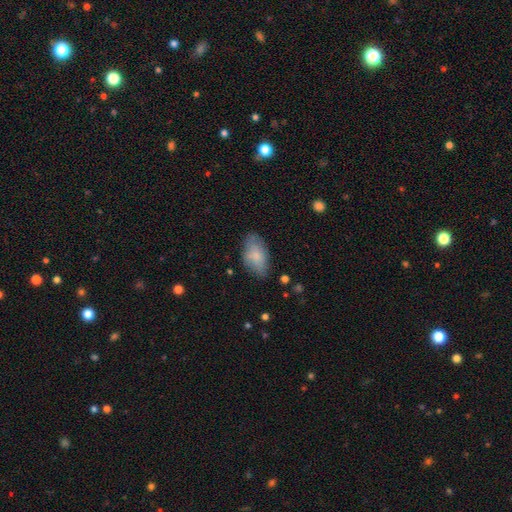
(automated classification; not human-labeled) Smooth or featured: smooth — 79% (featured or disk — 15%)
How rounded: in between — 93% (round — 5%)
Merging: none — 73% (minor disturbance — 20%)